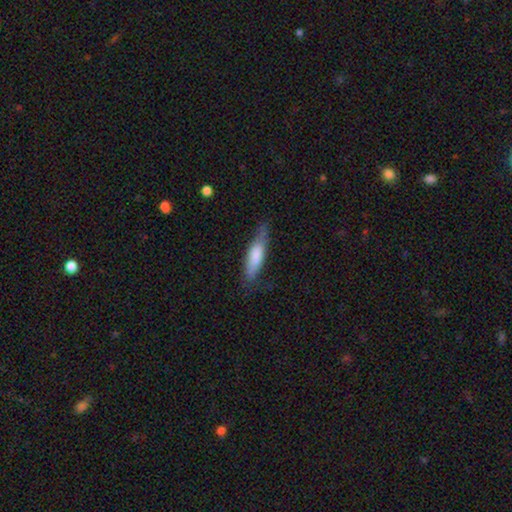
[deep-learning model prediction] smooth_or_featured: smooth (p=0.72) [alt: featured or disk p=0.22]
how_rounded: cigar-shaped (p=0.63) [alt: in between p=0.35]
merging: none (p=0.64) [alt: minor disturbance p=0.27]